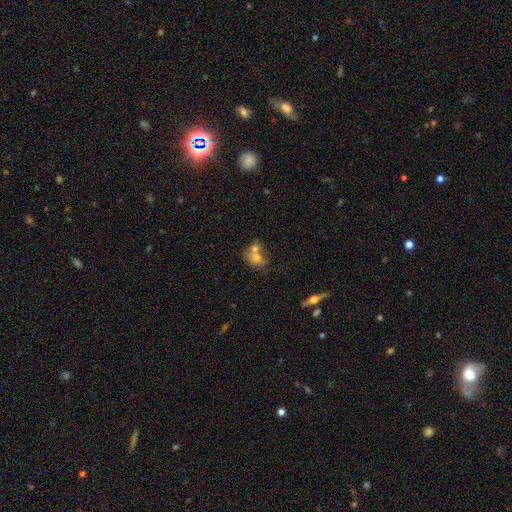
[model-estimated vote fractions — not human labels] Smooth or featured?
  - smooth: 65% *
  - featured or disk: 24%
  - star or artifact: 12%
How rounded?
  - in between: 61% *
  - round: 37%
  - cigar-shaped: 2%
Merging?
  - merger: 50% *
  - none: 33%
  - minor disturbance: 12%
  - major disturbance: 6%